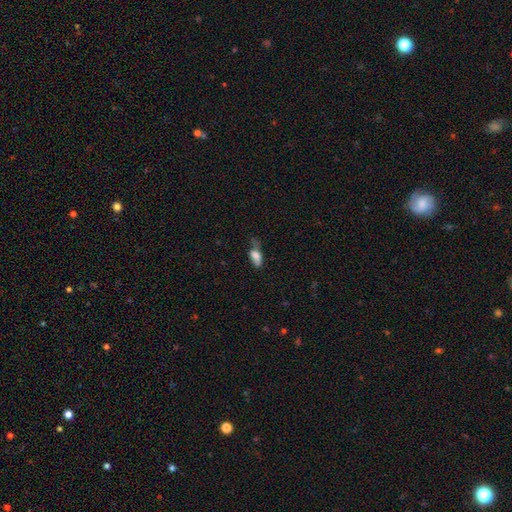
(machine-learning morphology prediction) Smooth or featured? smooth (73%)
How rounded? in between (81%)
Merging? minor disturbance (35%)